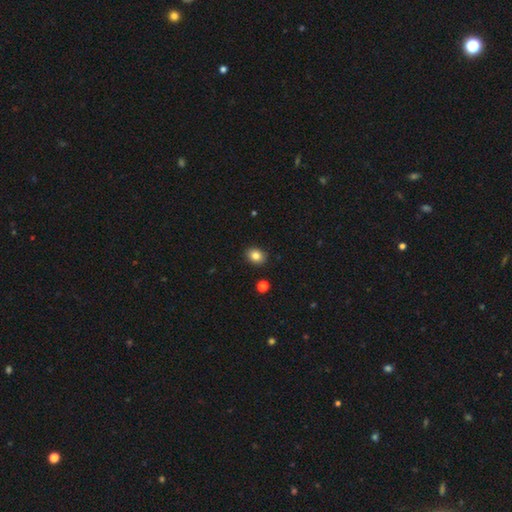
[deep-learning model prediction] Smooth or featured? smooth (84%)
How rounded? round (52%)
Merging? none (89%)